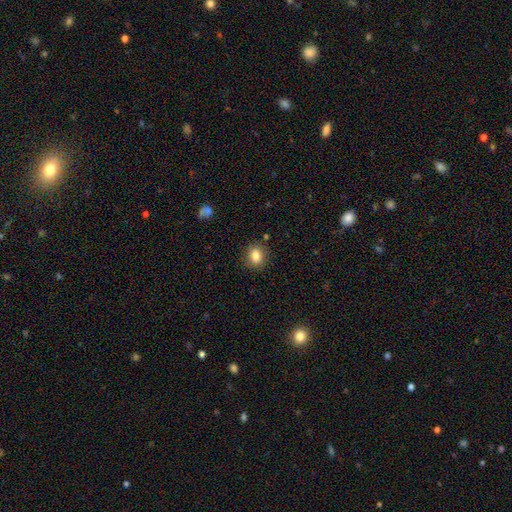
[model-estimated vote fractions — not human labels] Q: Smooth or featured?
A: smooth (84%); runner-up: star or artifact (10%)
Q: How rounded?
A: round (53%); runner-up: in between (46%)
Q: Merging?
A: none (87%); runner-up: minor disturbance (9%)